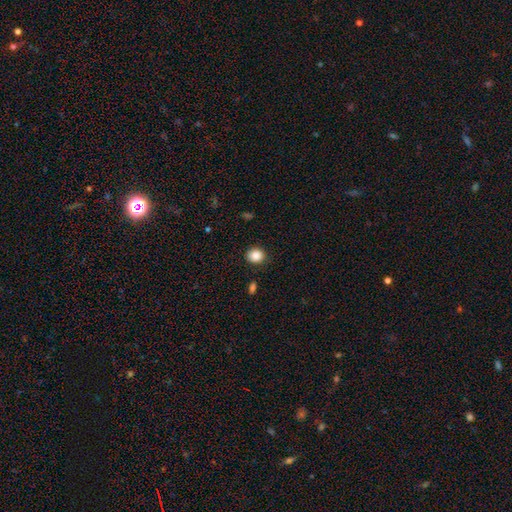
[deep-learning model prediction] Smooth or featured? smooth (87%)
How rounded? round (74%)
Merging? none (88%)